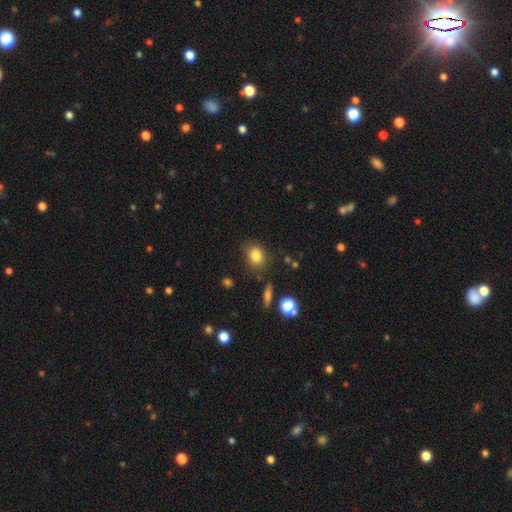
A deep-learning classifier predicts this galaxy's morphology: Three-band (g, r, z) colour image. It shows a smooth galaxy with no disk features (83%) that is in between round and cigar-shaped (61%). Merging: none (79%).